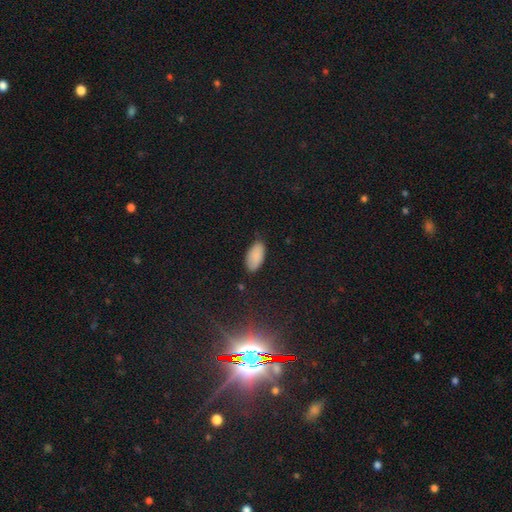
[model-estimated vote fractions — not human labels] Smooth or featured: smooth — 88% (star or artifact — 7%)
How rounded: in between — 94% (cigar-shaped — 5%)
Merging: none — 80% (minor disturbance — 16%)